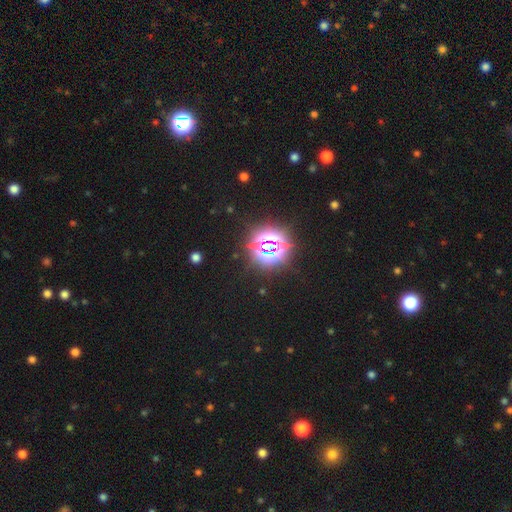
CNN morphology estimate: smooth-or-featured: star or artifact: 84% | smooth: 11% | featured or disk: 6%